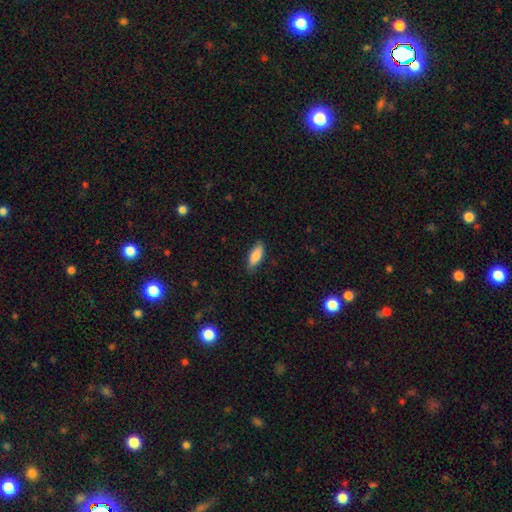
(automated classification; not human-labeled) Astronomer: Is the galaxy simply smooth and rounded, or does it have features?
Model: smooth — 84%.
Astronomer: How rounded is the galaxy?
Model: in between — 71%.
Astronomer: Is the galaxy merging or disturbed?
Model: none — 81%.